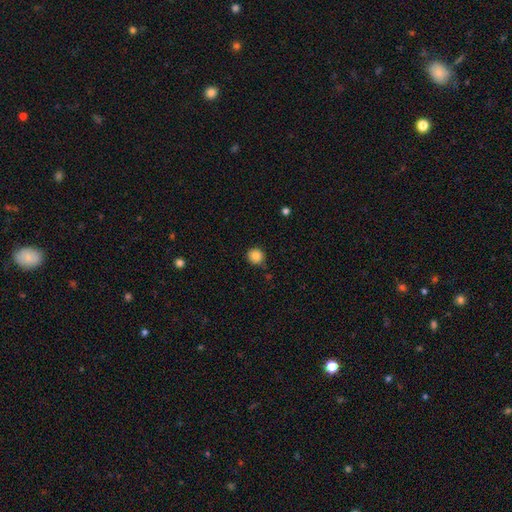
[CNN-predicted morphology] A smooth galaxy with no disk features (84%) that is round (92%).

Vote fractions:
- Smooth or featured? smooth: 84% / star or artifact: 10% / featured or disk: 6%
- How rounded? round: 92% / in between: 7% / cigar-shaped: 1%
- Merging? none: 85% / minor disturbance: 11% / merger: 2% / major disturbance: 2%